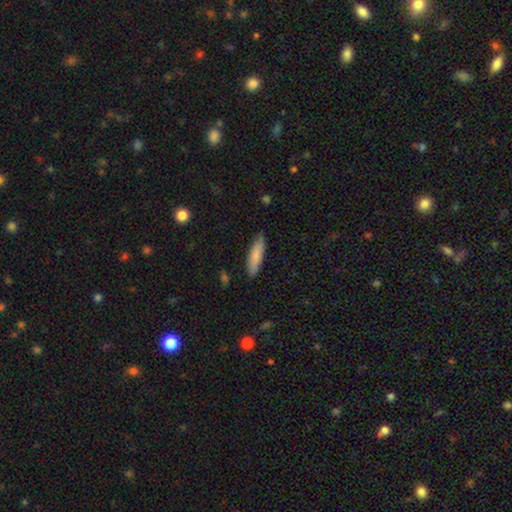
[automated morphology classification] This is clearly a smooth galaxy (82%). How rounded: likely cigar-shaped (66%). Merging: clearly none (86%).